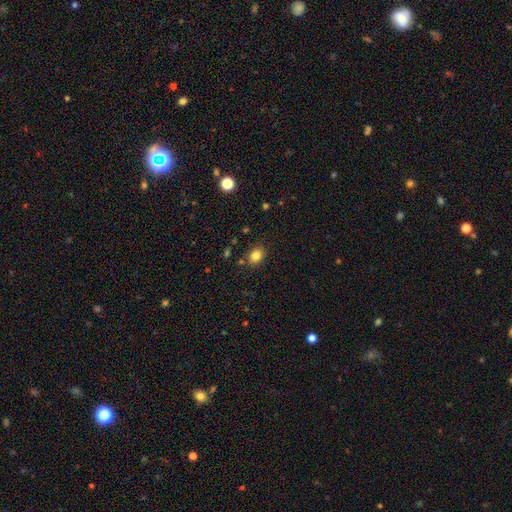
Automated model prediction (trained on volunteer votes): Overall: smooth (82%). How rounded: in between (52%; round 47%). Merging: none (85%).